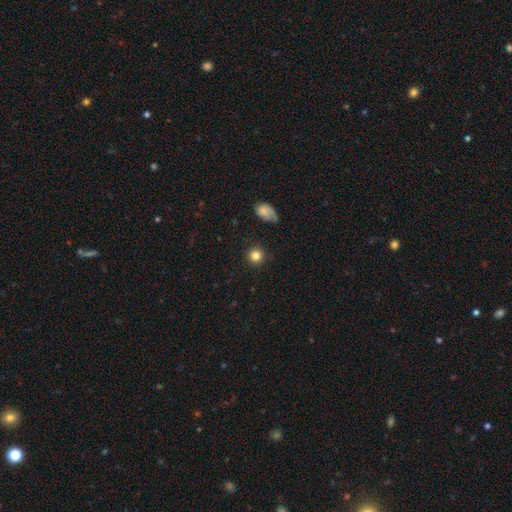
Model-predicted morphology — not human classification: A smooth galaxy with no disk features (83%) that is round (93%).

Vote fractions:
- Smooth or featured? smooth: 83% / star or artifact: 11% / featured or disk: 6%
- How rounded? round: 93% / in between: 6% / cigar-shaped: 1%
- Merging? none: 88% / minor disturbance: 8% / major disturbance: 3% / merger: 2%